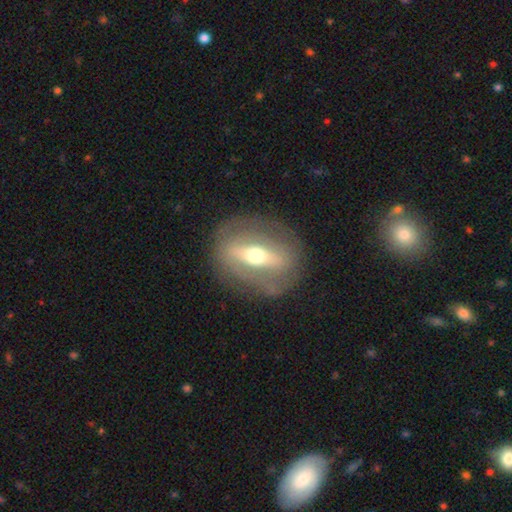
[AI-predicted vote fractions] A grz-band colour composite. It shows a featured or disk galaxy (71%). Merging: none (81%).